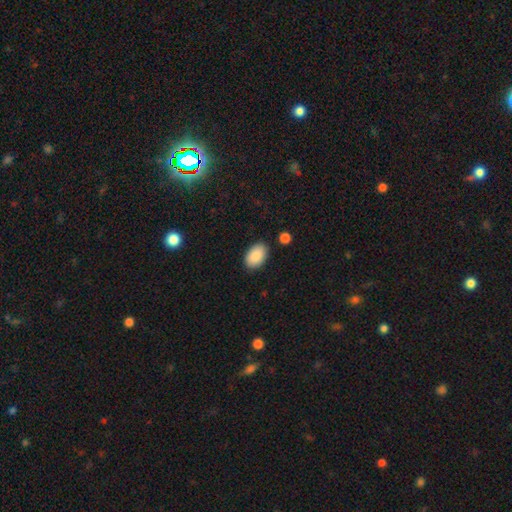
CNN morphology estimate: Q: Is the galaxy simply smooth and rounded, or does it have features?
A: smooth — 89%.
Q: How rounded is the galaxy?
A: in between — 93%.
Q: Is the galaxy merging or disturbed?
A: none — 86%.